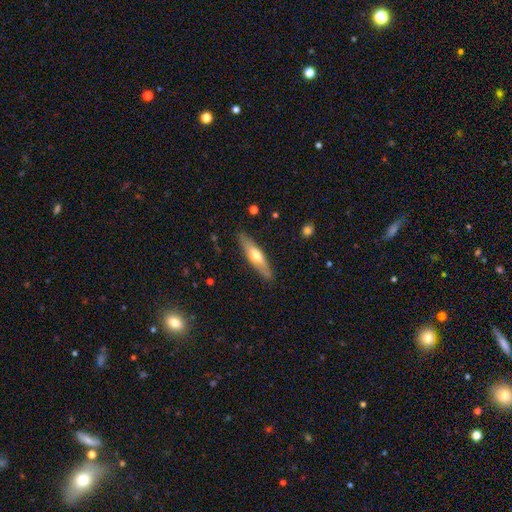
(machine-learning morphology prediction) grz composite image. It shows a smooth galaxy with no disk features (50%) that is cigar-shaped (72%). Merging: none (85%).